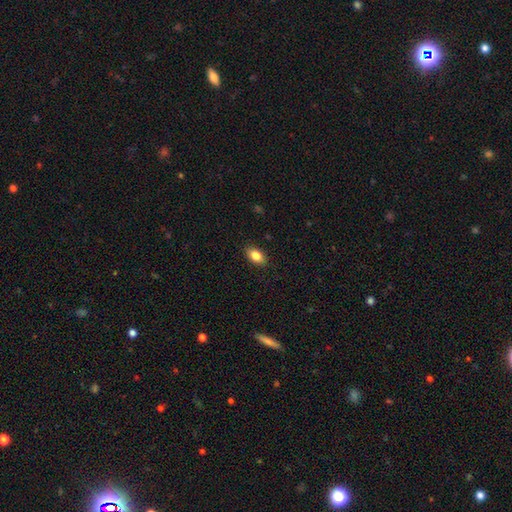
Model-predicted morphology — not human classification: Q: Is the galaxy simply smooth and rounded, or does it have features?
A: smooth — 83%.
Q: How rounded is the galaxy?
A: in between — 89%.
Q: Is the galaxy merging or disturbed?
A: none — 89%.